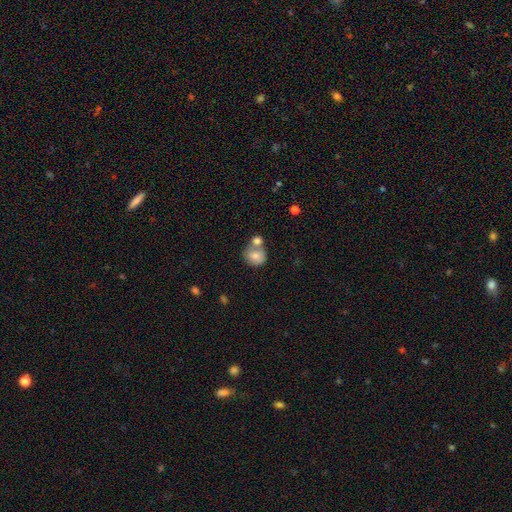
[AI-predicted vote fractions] The model was most divided on "merging": merger: 47%, none: 38%, minor disturbance: 11%, major disturbance: 4%. More confident: smooth or featured — smooth (79%); how rounded — round (78%).